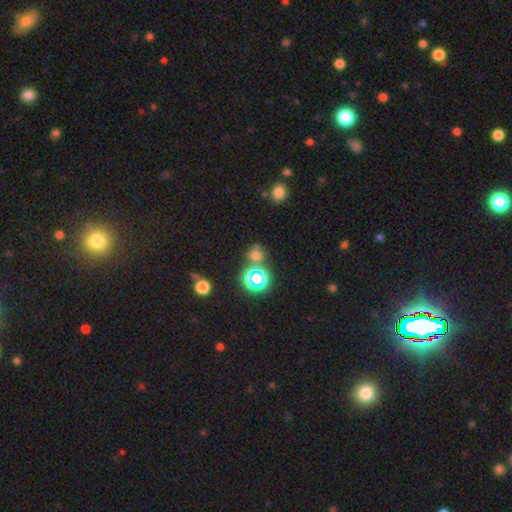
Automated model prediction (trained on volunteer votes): Smooth or featured? smooth (49%)
Merging? none (65%)